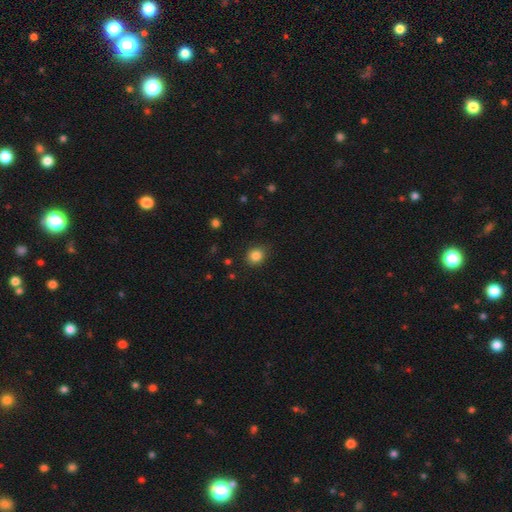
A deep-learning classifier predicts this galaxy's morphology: Smooth or featured: smooth — 85% (star or artifact — 11%)
How rounded: round — 70% (in between — 29%)
Merging: none — 85% (minor disturbance — 11%)